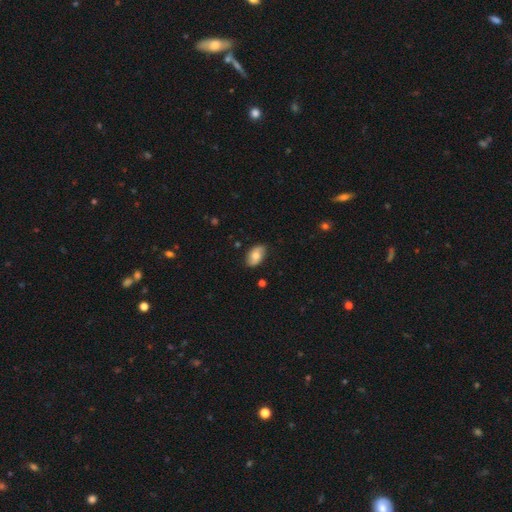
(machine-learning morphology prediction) Overall: smooth (62%; featured or disk 31%). How rounded: in between (91%). Merging: none (81%).